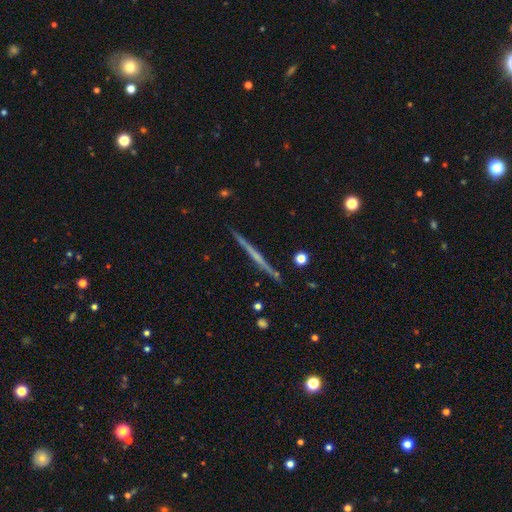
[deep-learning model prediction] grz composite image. It shows a featured or disk galaxy (67%) viewed edge-on (98%) with no central bulge (75%). Merging: none (91%).